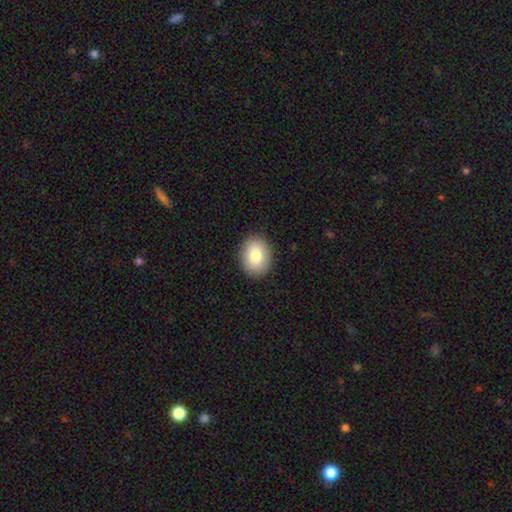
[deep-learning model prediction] The model was most divided on "how rounded": in between: 59%, round: 40%, cigar-shaped: 1%. More confident: merging — none (89%); smooth or featured — smooth (82%).